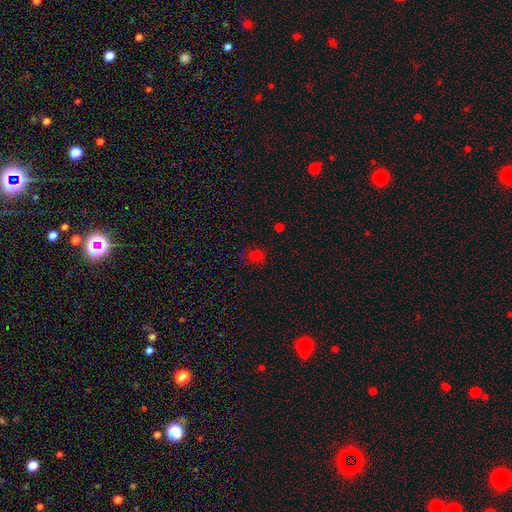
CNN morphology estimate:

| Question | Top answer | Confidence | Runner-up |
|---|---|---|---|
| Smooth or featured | smooth | 70% | star or artifact (24%) |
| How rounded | round | 53% | in between (46%) |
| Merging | none | 68% | minor disturbance (21%) |